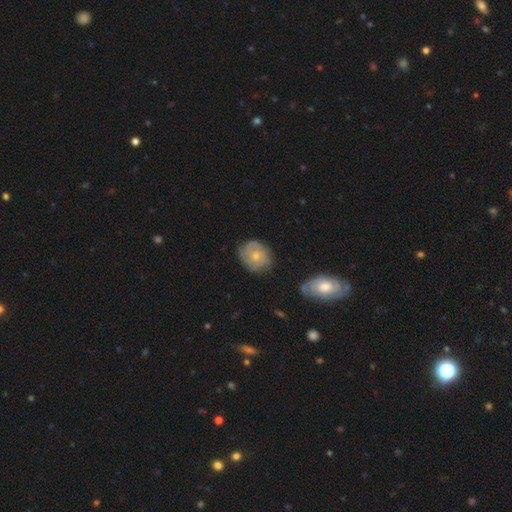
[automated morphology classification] This appears to be a featured or disk galaxy (53%) with no bar (80%), spiral arms (77%) and a moderate central bulge (52%). Merging: none (72%).